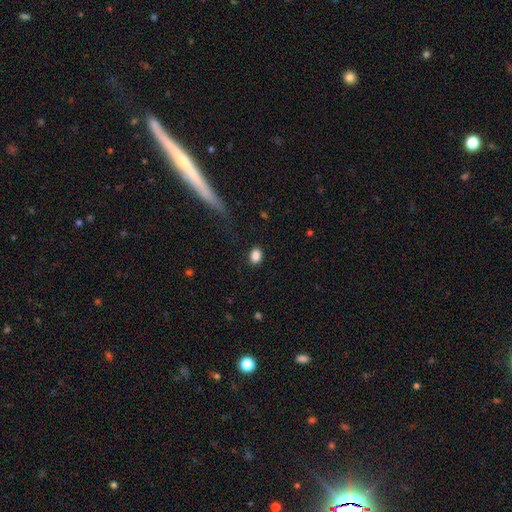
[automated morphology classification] This appears to be a smooth galaxy with no disk features (88%) that is in between round and cigar-shaped (70%). Merging: none (86%).